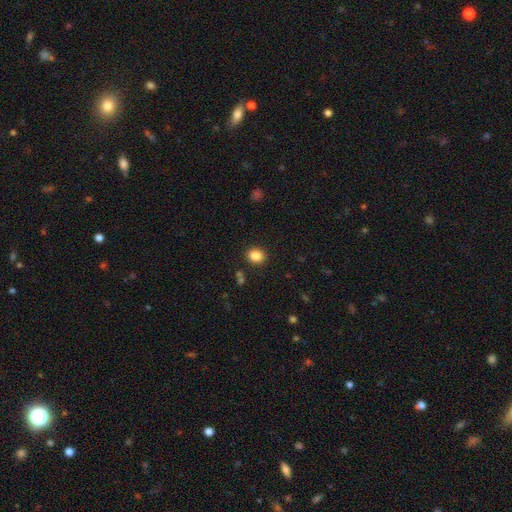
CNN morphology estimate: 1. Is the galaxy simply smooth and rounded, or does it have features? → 86% smooth, 10% star or artifact, 4% featured or disk.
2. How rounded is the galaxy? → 59% round, 40% in between, 1% cigar-shaped.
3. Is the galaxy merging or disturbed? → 88% none, 7% minor disturbance, 2% major disturbance, 2% merger.